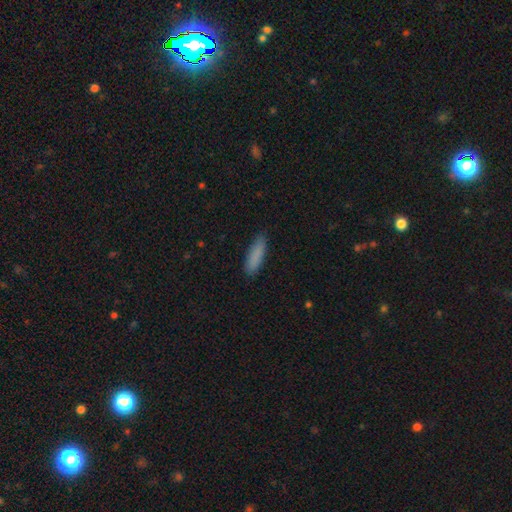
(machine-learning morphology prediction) Q: Smooth or featured?
A: smooth (87%); runner-up: featured or disk (7%)
Q: How rounded?
A: cigar-shaped (61%); runner-up: in between (37%)
Q: Merging?
A: none (84%); runner-up: minor disturbance (12%)